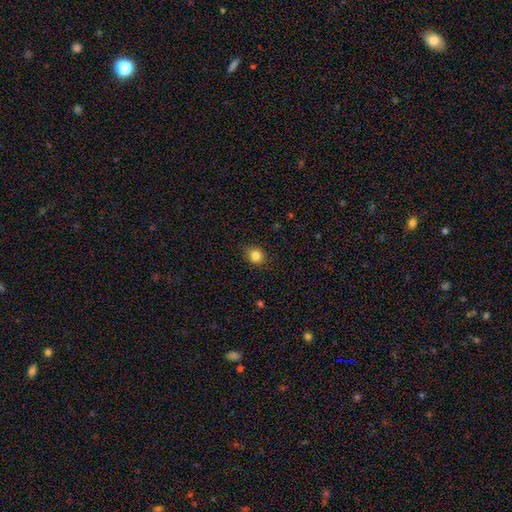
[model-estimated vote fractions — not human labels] Smooth or featured: smooth — 83% (star or artifact — 12%)
How rounded: round — 81% (in between — 19%)
Merging: none — 85% (minor disturbance — 12%)